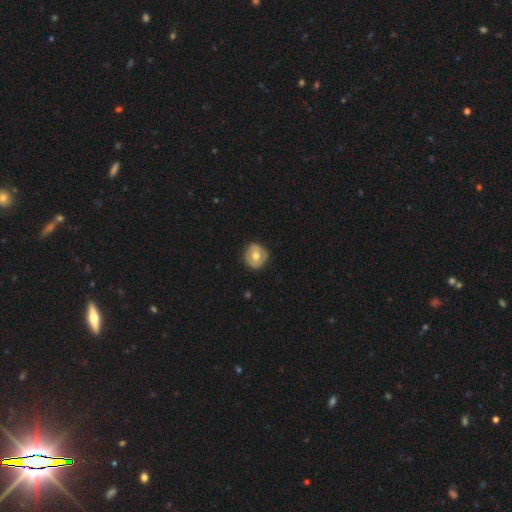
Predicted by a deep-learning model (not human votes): A smooth galaxy with no disk features (56%) that is round (89%).

Vote fractions:
- Smooth or featured? smooth: 56% / featured or disk: 37% / star or artifact: 6%
- How rounded? round: 89% / in between: 10% / cigar-shaped: 1%
- Merging? none: 83% / minor disturbance: 13% / major disturbance: 3% / merger: 1%